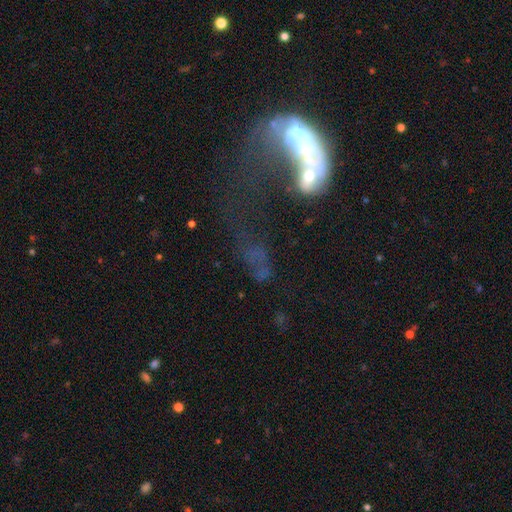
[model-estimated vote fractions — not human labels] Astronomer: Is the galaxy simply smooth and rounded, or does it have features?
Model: featured or disk — 53%.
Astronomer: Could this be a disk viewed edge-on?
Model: no — 91%.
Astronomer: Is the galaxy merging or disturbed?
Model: merger — 47% (runner-up: major disturbance, 34%).